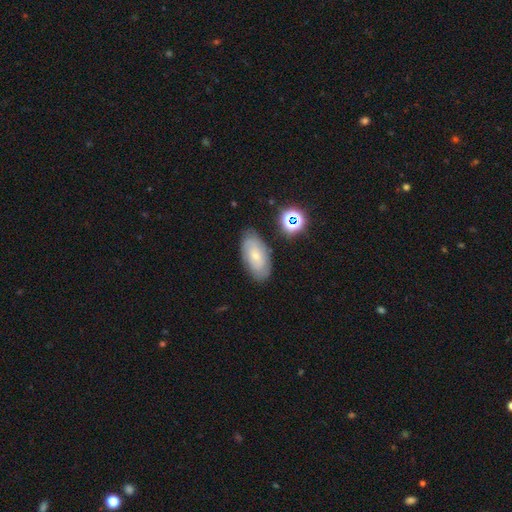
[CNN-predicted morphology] Smooth or featured?
  - smooth: 47% *
  - featured or disk: 43%
  - star or artifact: 10%
Merging?
  - none: 78% *
  - minor disturbance: 15%
  - major disturbance: 4%
  - merger: 3%